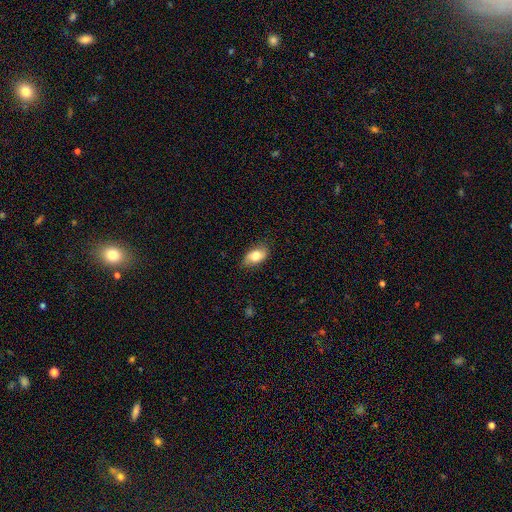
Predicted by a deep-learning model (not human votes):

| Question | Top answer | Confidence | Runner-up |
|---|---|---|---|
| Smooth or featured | smooth | 75% | featured or disk (18%) |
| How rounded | in between | 90% | round (6%) |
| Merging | none | 80% | minor disturbance (16%) |